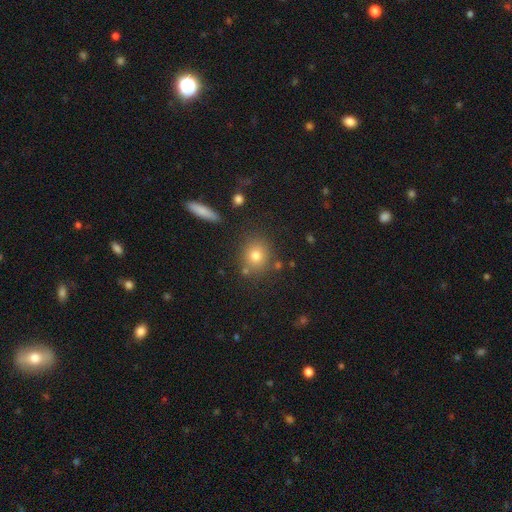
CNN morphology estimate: This is likely a smooth galaxy (76%). How rounded: likely round (79%). Merging: clearly none (81%).